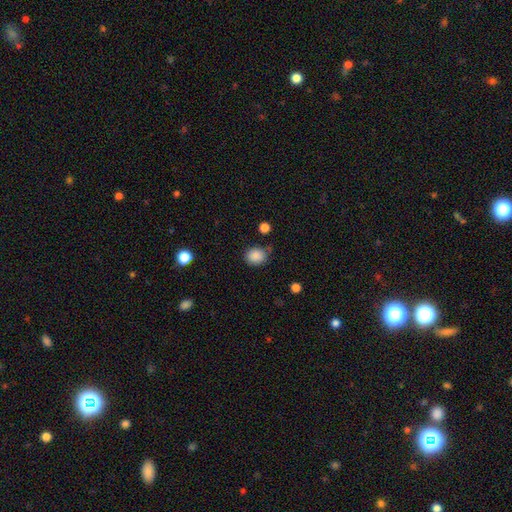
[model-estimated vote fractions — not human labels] Smooth or featured: smooth — 87% (star or artifact — 9%)
How rounded: round — 63% (in between — 36%)
Merging: none — 75% (minor disturbance — 17%)